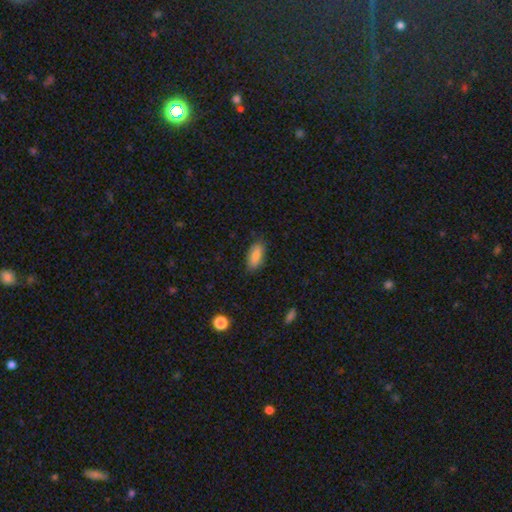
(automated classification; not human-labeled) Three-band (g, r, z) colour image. It shows a smooth galaxy with no disk features (85%) that is in between round and cigar-shaped (83%). Merging: none (82%).